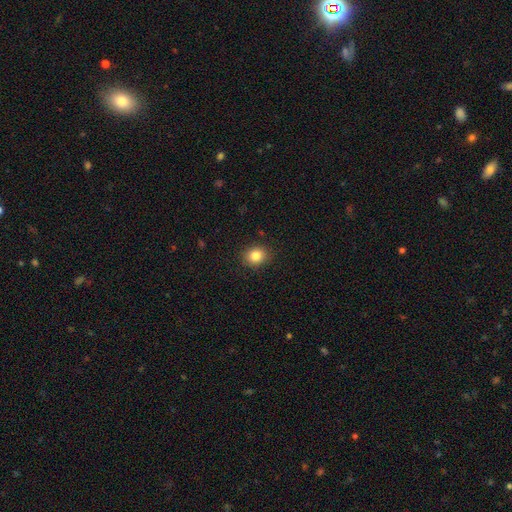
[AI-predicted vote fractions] Smooth or featured?
  - smooth: 84% *
  - star or artifact: 10%
  - featured or disk: 6%
How rounded?
  - round: 66% *
  - in between: 33%
  - cigar-shaped: 1%
Merging?
  - none: 89% *
  - minor disturbance: 8%
  - major disturbance: 2%
  - merger: 1%